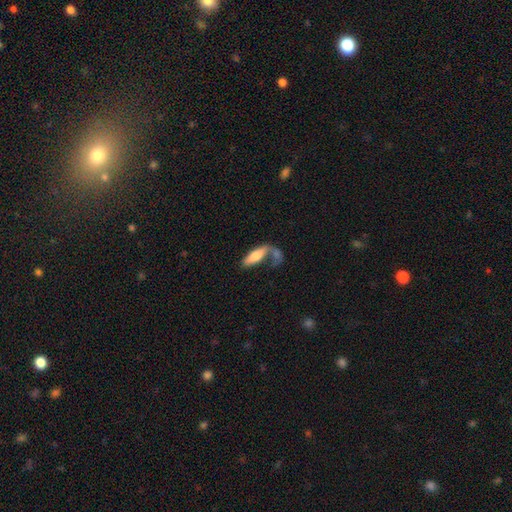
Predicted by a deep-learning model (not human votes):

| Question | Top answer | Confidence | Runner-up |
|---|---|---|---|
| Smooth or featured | smooth | 65% | featured or disk (28%) |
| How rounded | in between | 55% | cigar-shaped (42%) |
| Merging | merger | 38% | none (29%) |